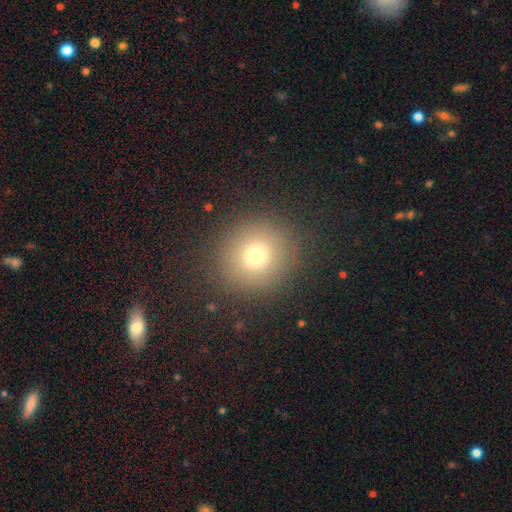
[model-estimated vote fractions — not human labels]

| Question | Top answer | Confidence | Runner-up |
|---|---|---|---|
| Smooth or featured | smooth | 72% | star or artifact (17%) |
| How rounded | round | 92% | in between (7%) |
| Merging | none | 89% | minor disturbance (6%) |